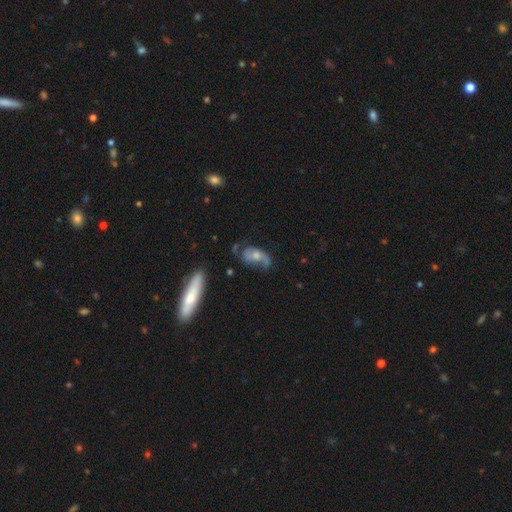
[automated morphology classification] type=featured or disk (68%); edge-on=no (94%); bar=no (67%); spiral arms=yes (87%); winding=loose (56%); arm count=2 (75%); bulge=moderate (49%); merging=none (46%).